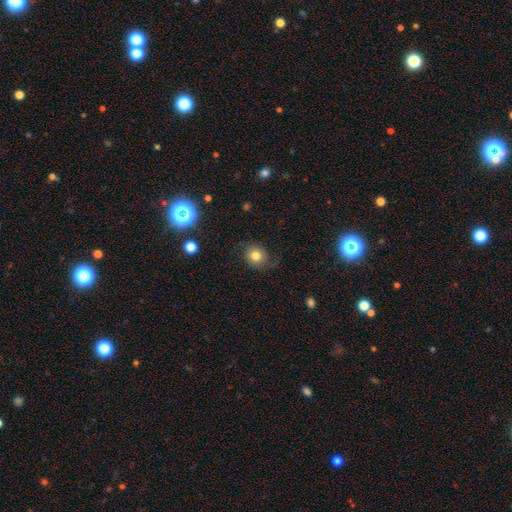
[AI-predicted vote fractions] A smooth galaxy with no disk features (69%) that is round (70%). Merging: none (67%).